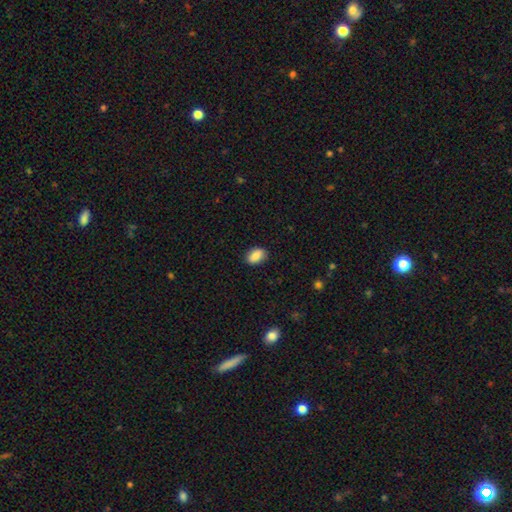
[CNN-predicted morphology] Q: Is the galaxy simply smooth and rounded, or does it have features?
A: smooth — 87%.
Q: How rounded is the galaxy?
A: in between — 89%.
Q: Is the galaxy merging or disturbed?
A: none — 87%.